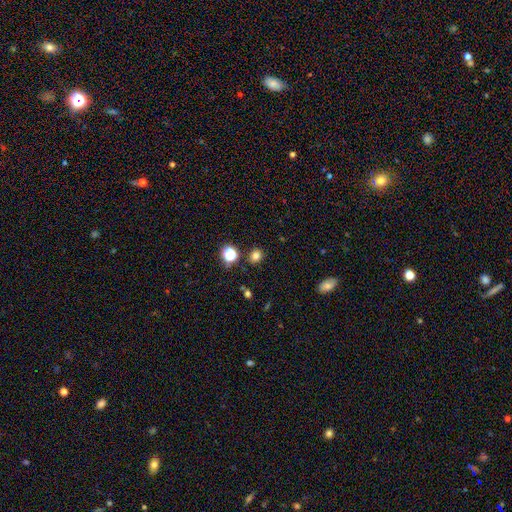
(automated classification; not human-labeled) The model was most divided on "how rounded": round: 74%, in between: 25%, cigar-shaped: 1%. More confident: merging — none (86%); smooth or featured — smooth (77%).